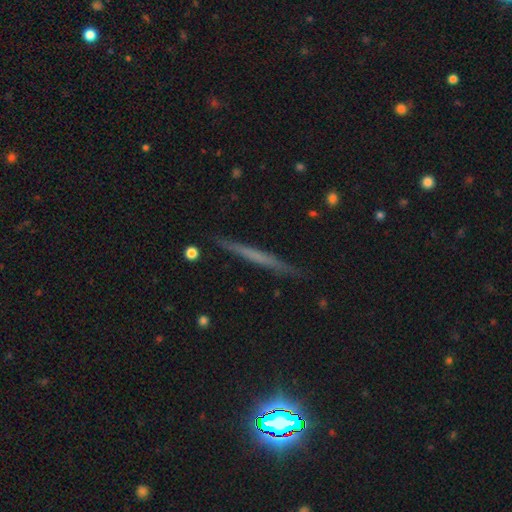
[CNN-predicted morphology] featured or disk 50%, smooth 41%, star or artifact 9%. Down the decision tree: merging — none (90%).